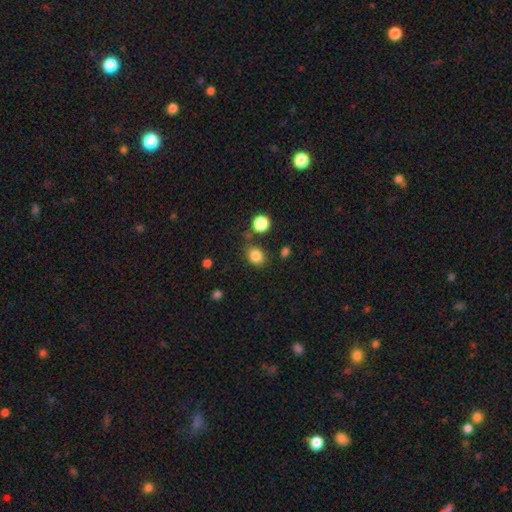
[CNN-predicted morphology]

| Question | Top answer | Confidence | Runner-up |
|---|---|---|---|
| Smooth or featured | smooth | 83% | star or artifact (12%) |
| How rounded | round | 63% | in between (36%) |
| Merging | none | 75% | minor disturbance (14%) |